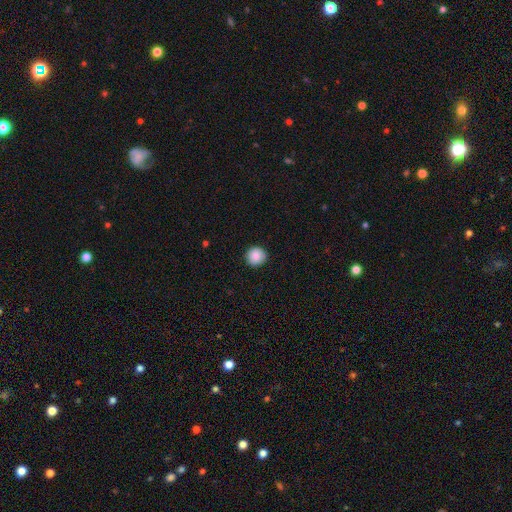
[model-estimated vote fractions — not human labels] A smooth galaxy with no disk features (88%) that is round (94%).

Vote fractions:
- Smooth or featured? smooth: 88% / star or artifact: 8% / featured or disk: 4%
- How rounded? round: 94% / in between: 5% / cigar-shaped: 1%
- Merging? none: 91% / minor disturbance: 7% / major disturbance: 2% / merger: 1%